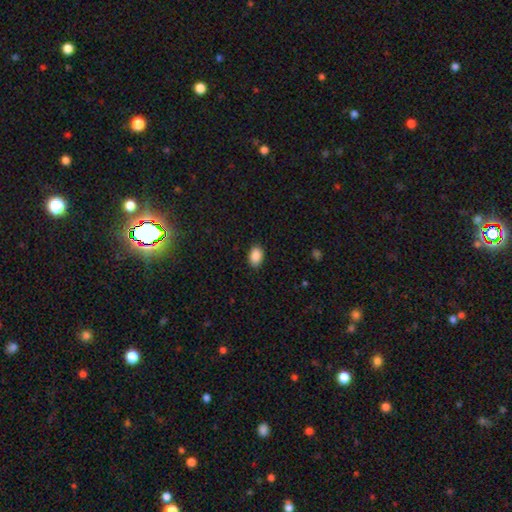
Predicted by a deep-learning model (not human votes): The model was most divided on "how rounded": in between: 86%, round: 12%, cigar-shaped: 1%. More confident: smooth or featured — smooth (89%); merging — none (88%).